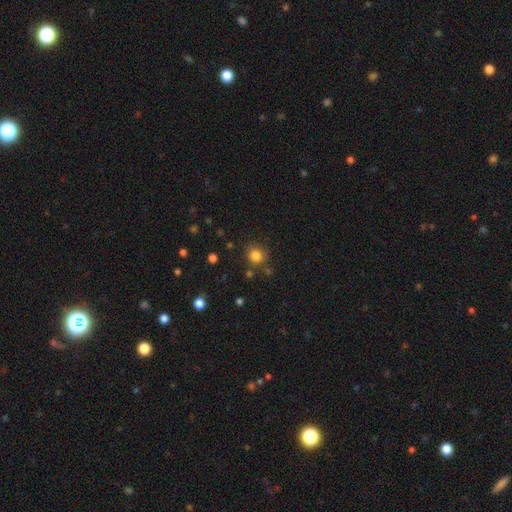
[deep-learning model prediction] Overall: smooth (82%). How rounded: round (85%). Merging: none (79%).